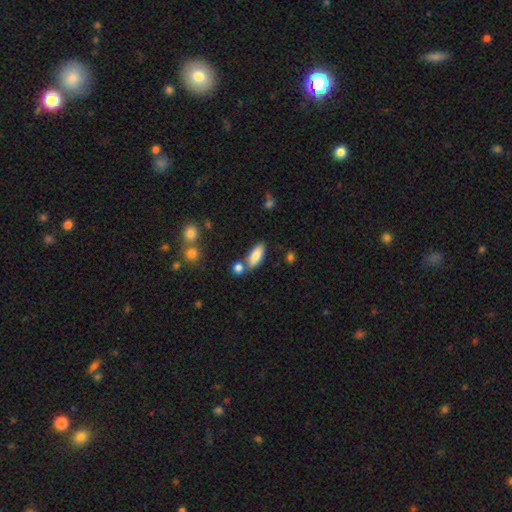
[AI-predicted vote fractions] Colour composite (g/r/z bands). It shows a smooth galaxy with no disk features (85%) that is in between round and cigar-shaped (78%). Merging: none (68%).